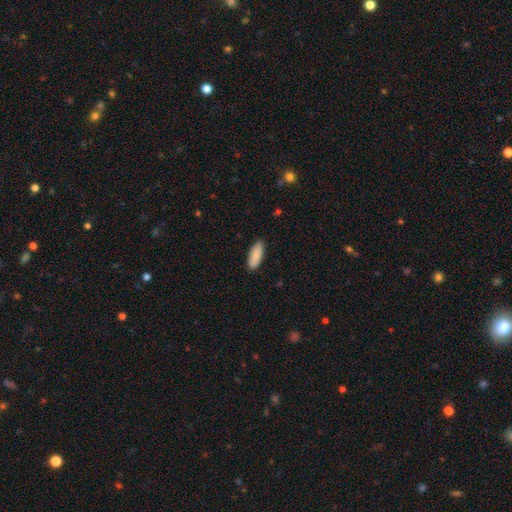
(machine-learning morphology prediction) type=smooth (88%); roundness=in between (74%); merging=none (87%).